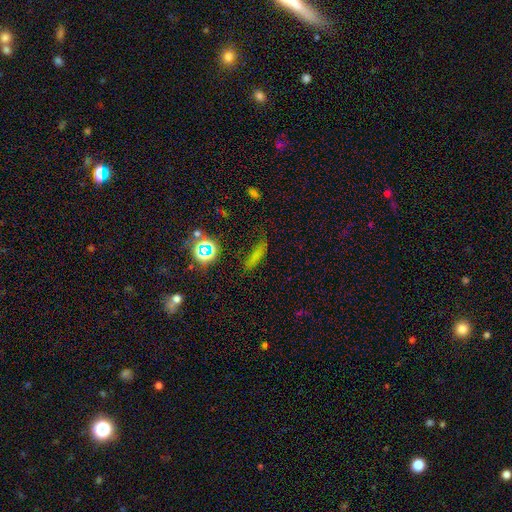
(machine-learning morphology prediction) The model was most divided on "smooth or featured": smooth: 65%, star or artifact: 22%, featured or disk: 13%. More confident: how rounded — cigar-shaped (70%); merging — none (69%).